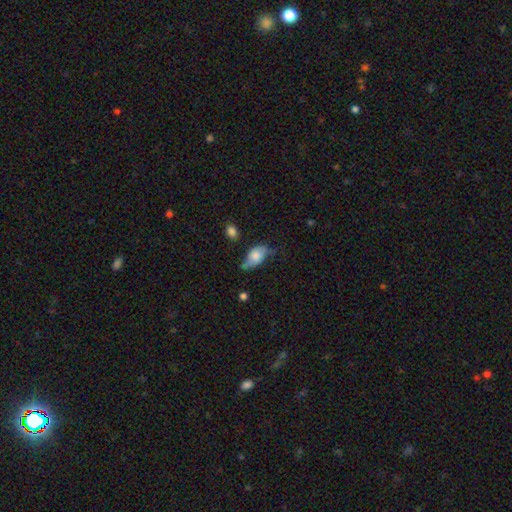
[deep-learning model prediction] Smooth or featured? Predicted: smooth (p=0.55). How rounded? Predicted: in between (p=0.86). Merging? Predicted: none (p=0.38).